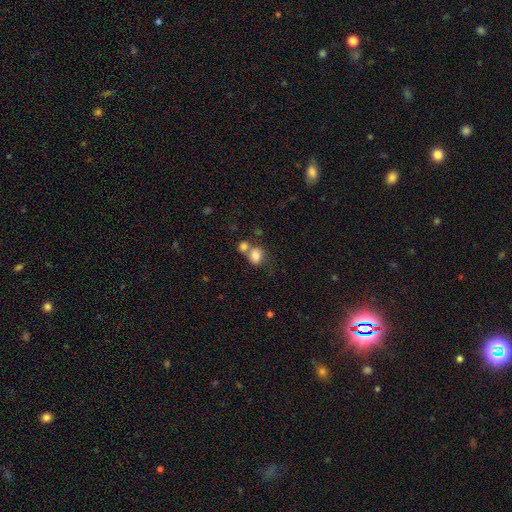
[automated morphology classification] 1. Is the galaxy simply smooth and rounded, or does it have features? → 81% smooth, 10% star or artifact, 9% featured or disk.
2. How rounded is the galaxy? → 53% round, 46% in between, 1% cigar-shaped.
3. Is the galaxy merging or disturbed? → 47% merger, 37% none, 11% minor disturbance, 6% major disturbance.